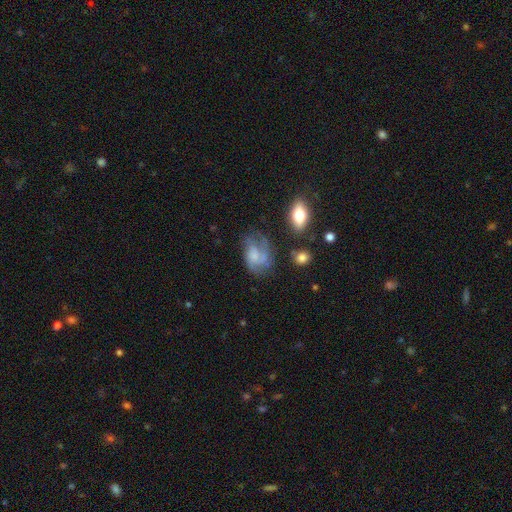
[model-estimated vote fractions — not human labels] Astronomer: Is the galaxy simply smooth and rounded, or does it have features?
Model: featured or disk — 52% (runner-up: smooth, 38%).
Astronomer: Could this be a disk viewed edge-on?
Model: no — 97%.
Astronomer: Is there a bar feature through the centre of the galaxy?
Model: no — 75%.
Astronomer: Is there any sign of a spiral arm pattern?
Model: yes — 71%.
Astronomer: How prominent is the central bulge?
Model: none — 37% (runner-up: small, 30%).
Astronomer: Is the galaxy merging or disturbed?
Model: none — 39% (runner-up: major disturbance, 31%).